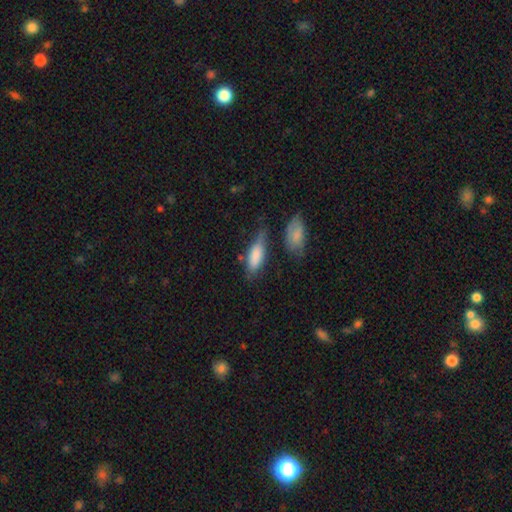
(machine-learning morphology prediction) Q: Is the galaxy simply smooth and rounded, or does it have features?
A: smooth — 80%.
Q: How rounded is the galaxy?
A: in between — 68%.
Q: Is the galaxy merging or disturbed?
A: none — 49%.